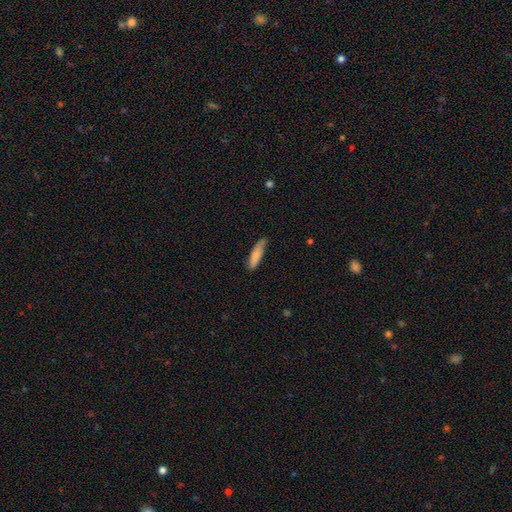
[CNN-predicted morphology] The model was most divided on "merging": none: 67%, minor disturbance: 27%, major disturbance: 4%, merger: 2%. More confident: smooth or featured — smooth (81%); how rounded — cigar-shaped (71%).